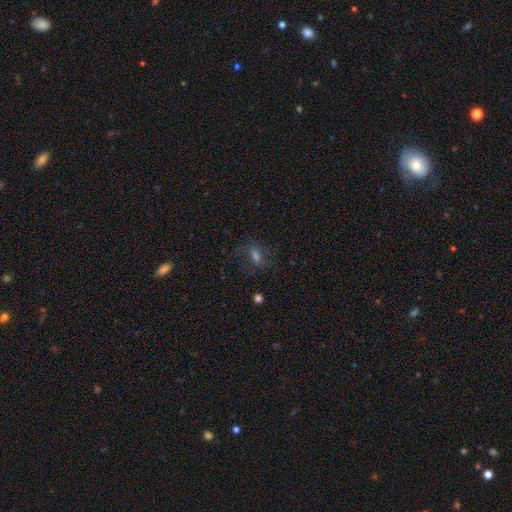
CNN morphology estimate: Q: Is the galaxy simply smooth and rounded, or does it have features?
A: smooth — 39%.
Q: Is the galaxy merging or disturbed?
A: none — 65%.